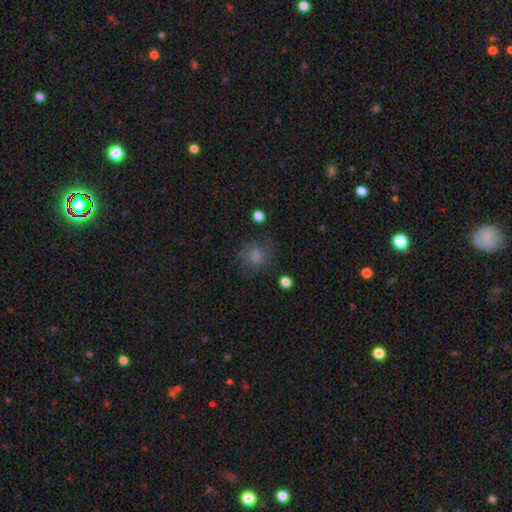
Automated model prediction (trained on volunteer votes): A smooth galaxy with no disk features (71%) that is round (75%).

Vote fractions:
- Smooth or featured? smooth: 71% / featured or disk: 16% / star or artifact: 13%
- How rounded? round: 75% / in between: 24% / cigar-shaped: 1%
- Merging? none: 64% / minor disturbance: 20% / major disturbance: 14% / merger: 2%